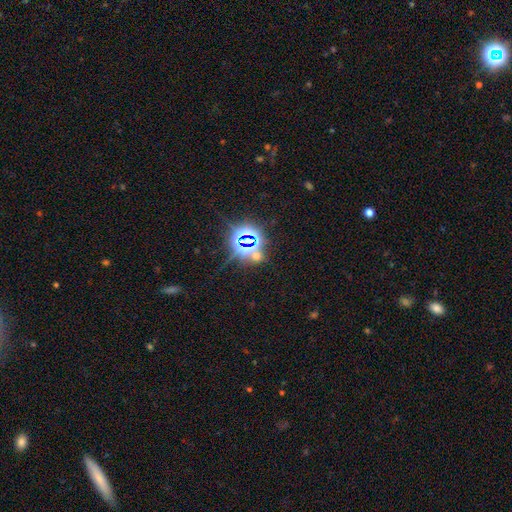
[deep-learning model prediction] A star or artifact, not a galaxy (73%).

Vote fractions:
- Smooth or featured? star or artifact: 73% / smooth: 19% / featured or disk: 8%